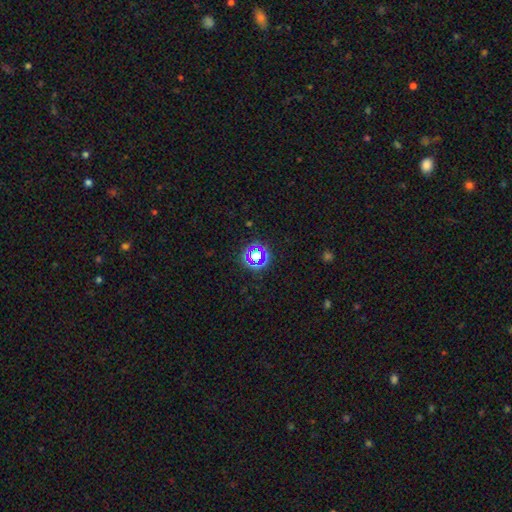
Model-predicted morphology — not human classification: The model was most divided on "smooth or featured": star or artifact: 64%, smooth: 25%, featured or disk: 11%.